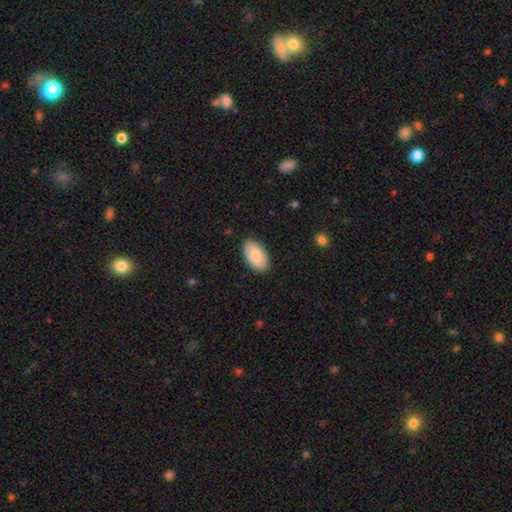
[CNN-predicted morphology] smooth 87%, featured or disk 7%, star or artifact 6%. Down the decision tree: how rounded — in between (95%); merging — none (86%).